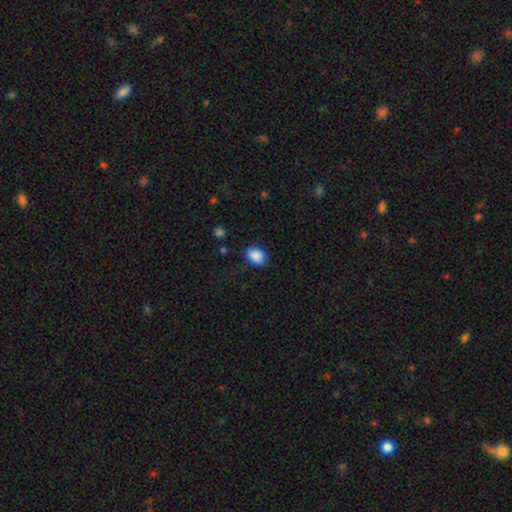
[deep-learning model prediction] Smooth or featured?
  - smooth: 88% *
  - star or artifact: 8%
  - featured or disk: 4%
How rounded?
  - in between: 79% *
  - round: 20%
  - cigar-shaped: 1%
Merging?
  - none: 79% *
  - minor disturbance: 16%
  - major disturbance: 4%
  - merger: 1%